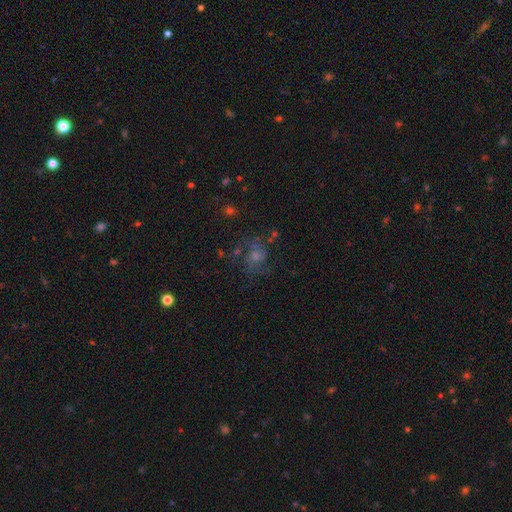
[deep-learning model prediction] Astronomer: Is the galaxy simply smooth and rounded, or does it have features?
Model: featured or disk — 42% (runner-up: star or artifact, 30%).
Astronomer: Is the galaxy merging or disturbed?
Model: none — 63%.